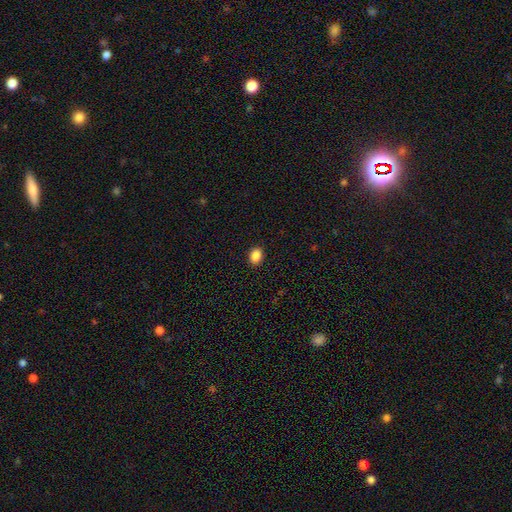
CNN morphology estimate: type=smooth (88%); roundness=in between (64%); merging=none (91%).